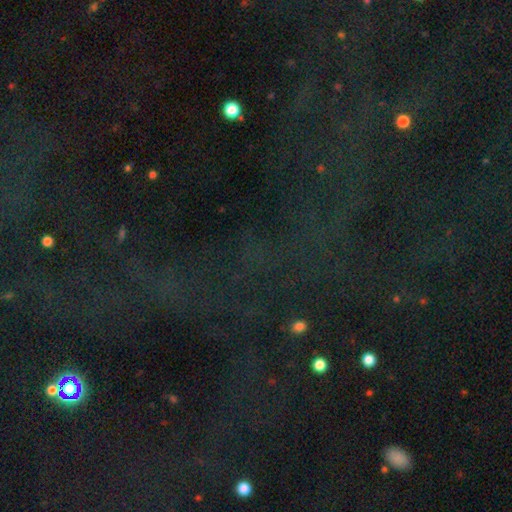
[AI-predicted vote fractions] This is likely a star or artifact rather than a galaxy (72%).